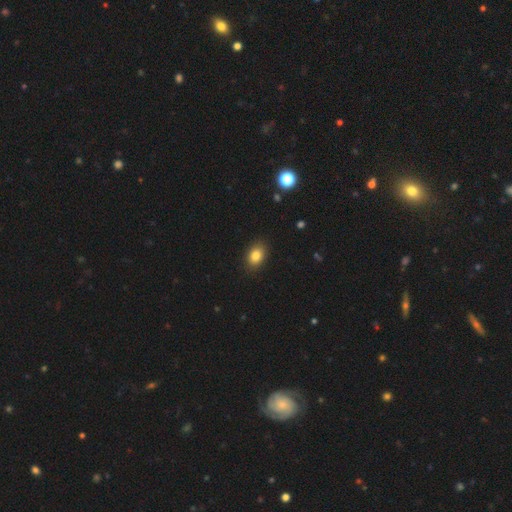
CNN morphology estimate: A smooth galaxy with no disk features (84%) that is in between round and cigar-shaped (77%). Merging: none (88%).